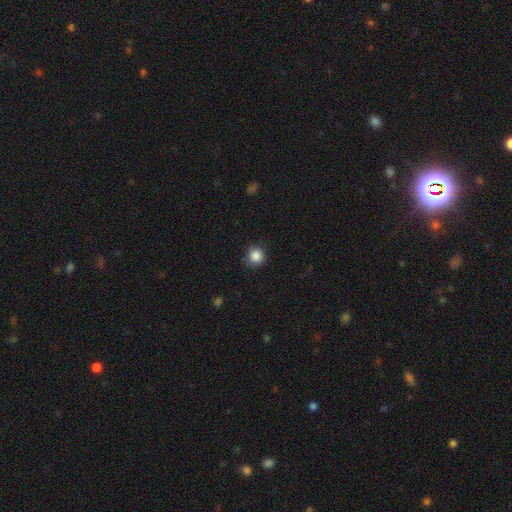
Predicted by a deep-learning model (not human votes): The model was most divided on "merging": none: 81%, minor disturbance: 14%, major disturbance: 3%, merger: 1%. More confident: how rounded — round (91%); smooth or featured — smooth (86%).